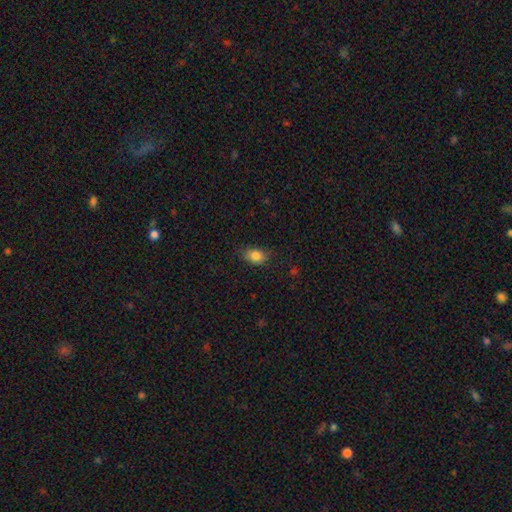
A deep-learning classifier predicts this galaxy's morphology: Smooth or featured? Predicted: smooth (p=0.84). How rounded? Predicted: in between (p=0.74). Merging? Predicted: none (p=0.78).